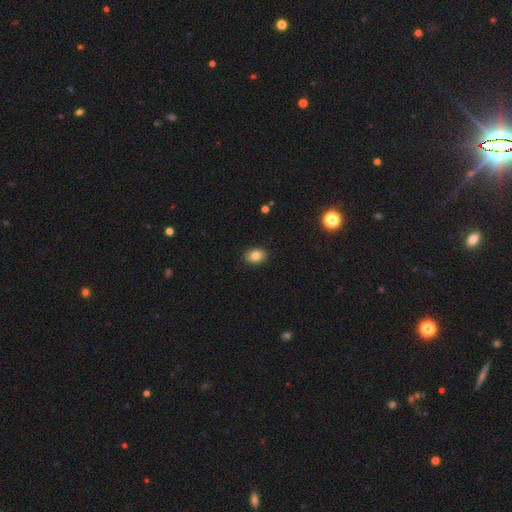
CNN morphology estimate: Overall: smooth (83%). How rounded: in between (63%; round 36%). Merging: none (90%).